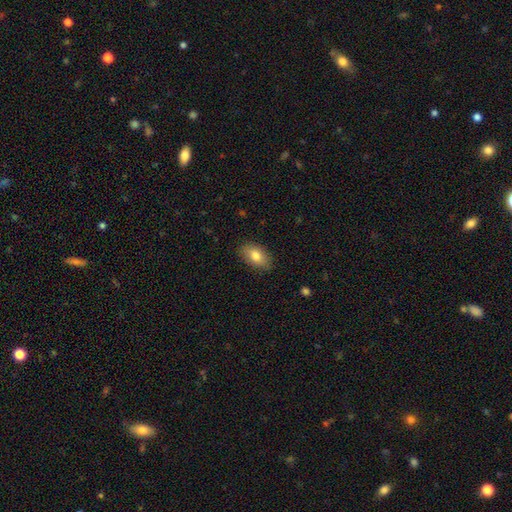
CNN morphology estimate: The model was most divided on "smooth or featured": smooth: 81%, featured or disk: 12%, star or artifact: 7%. More confident: how rounded — in between (91%); merging — none (86%).